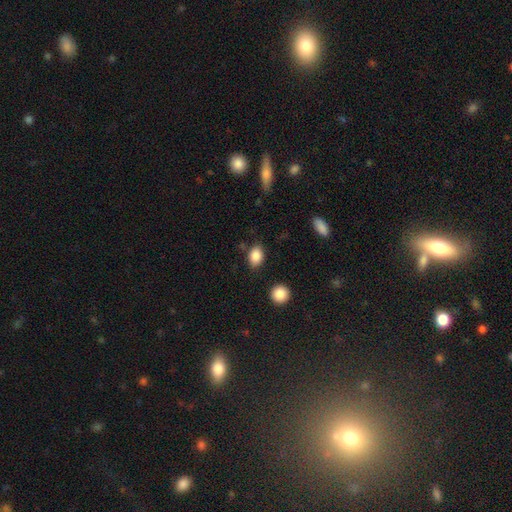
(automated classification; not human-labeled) smooth-or-featured: smooth: 87% | star or artifact: 8% | featured or disk: 5%
  how-rounded: in between: 77% | round: 22% | cigar-shaped: 1%
  merging: none: 80% | minor disturbance: 13% | major disturbance: 4% | merger: 3%